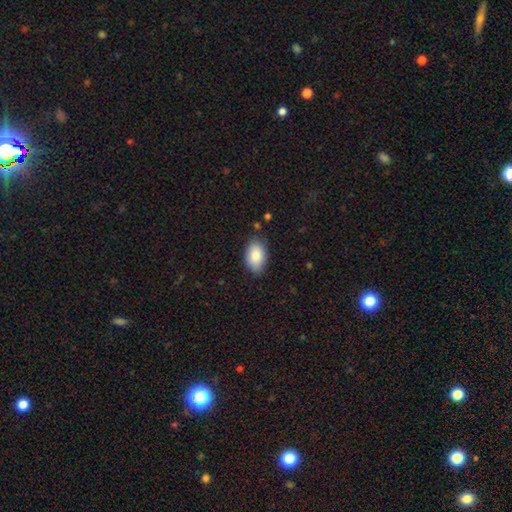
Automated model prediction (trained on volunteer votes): Morphology: type=smooth (85%); roundness=in between (92%); merging=none (81%).